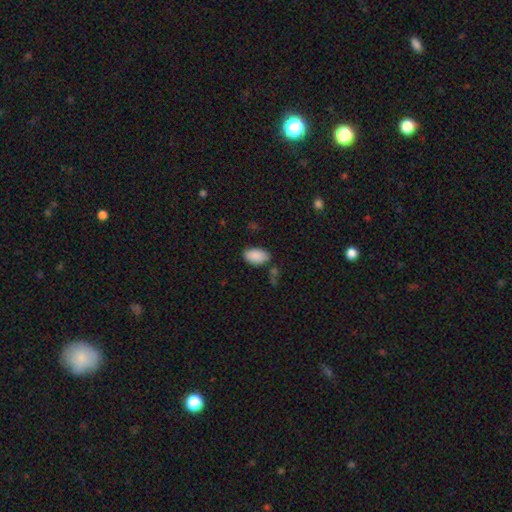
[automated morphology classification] Smooth or featured: smooth — 90% (star or artifact — 7%)
How rounded: in between — 94% (round — 4%)
Merging: none — 76% (minor disturbance — 15%)